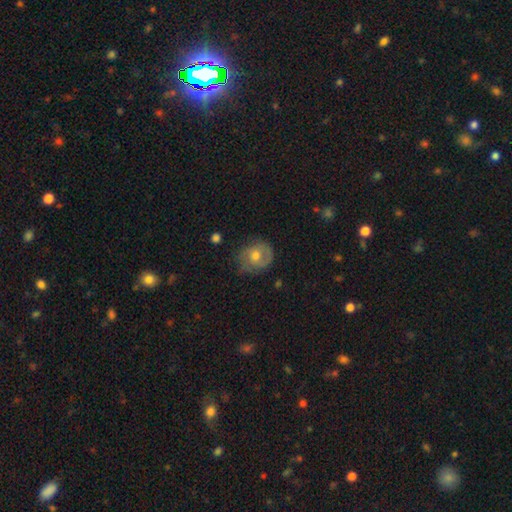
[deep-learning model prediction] Smooth or featured: smooth — 49% (featured or disk — 43%)
Merging: none — 61% (minor disturbance — 28%)